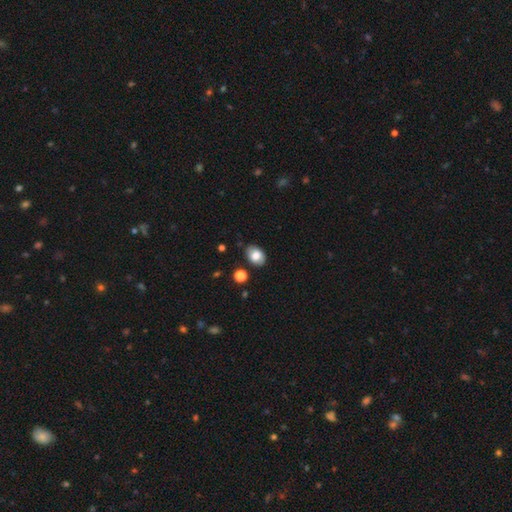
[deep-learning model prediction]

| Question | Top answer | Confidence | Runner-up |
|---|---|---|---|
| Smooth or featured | smooth | 77% | featured or disk (15%) |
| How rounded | in between | 77% | round (22%) |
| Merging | none | 83% | minor disturbance (12%) |